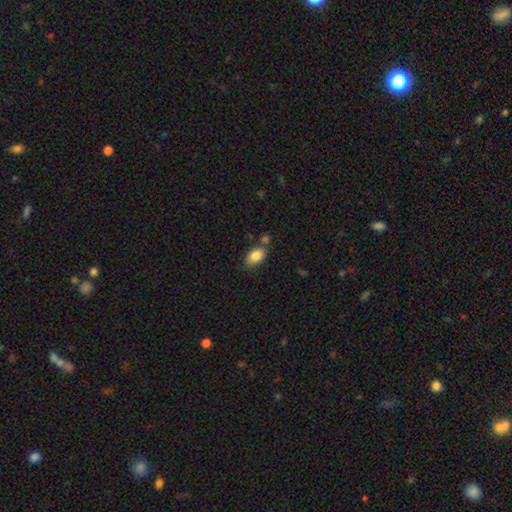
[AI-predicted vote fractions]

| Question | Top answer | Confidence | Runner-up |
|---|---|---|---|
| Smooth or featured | smooth | 85% | star or artifact (8%) |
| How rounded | in between | 89% | round (10%) |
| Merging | none | 63% | minor disturbance (16%) |